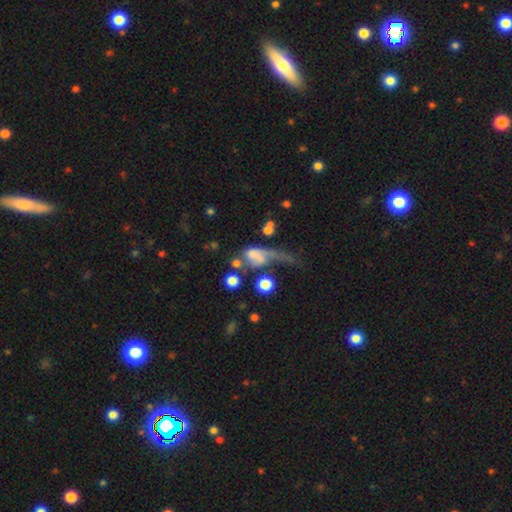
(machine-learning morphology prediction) This appears to be a smooth galaxy with no disk features (52%) that is in between round and cigar-shaped (67%). Merging: major disturbance (52%).